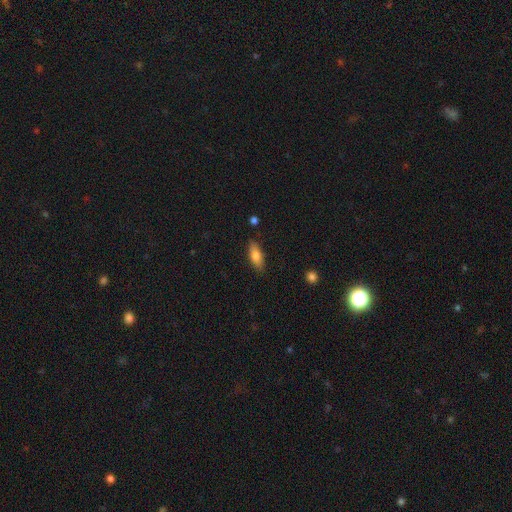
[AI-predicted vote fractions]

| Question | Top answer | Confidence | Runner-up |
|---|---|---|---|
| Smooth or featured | smooth | 75% | featured or disk (18%) |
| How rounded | in between | 68% | cigar-shaped (29%) |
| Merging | none | 85% | minor disturbance (11%) |